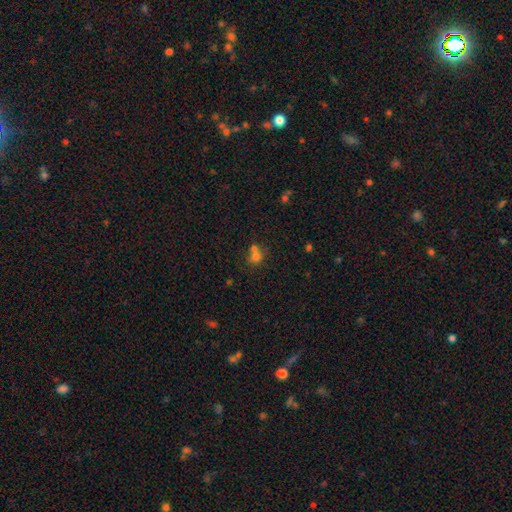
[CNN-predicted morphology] type=smooth (71%); roundness=round (80%); merging=merger (47%).